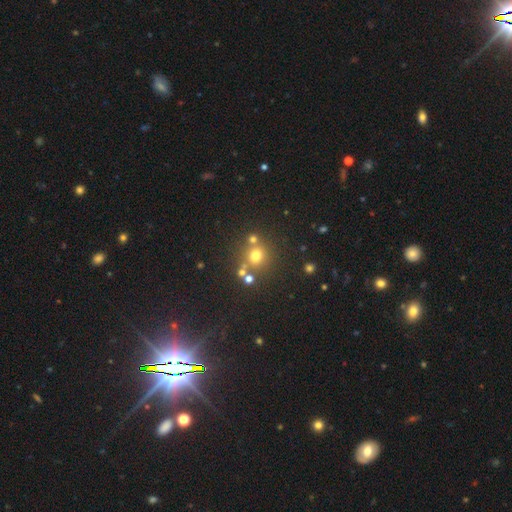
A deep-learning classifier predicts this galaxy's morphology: smooth 67%, star or artifact 23%, featured or disk 10%. Down the decision tree: how rounded — round (89%); merging — none (69%).